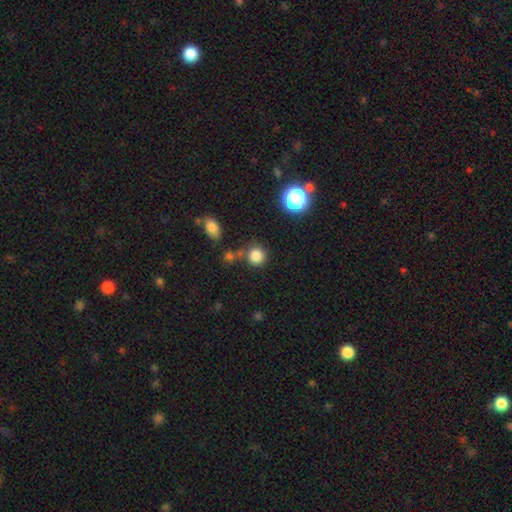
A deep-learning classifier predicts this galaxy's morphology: This is clearly a smooth galaxy (82%). How rounded: clearly round (90%). Merging: likely none (77%).